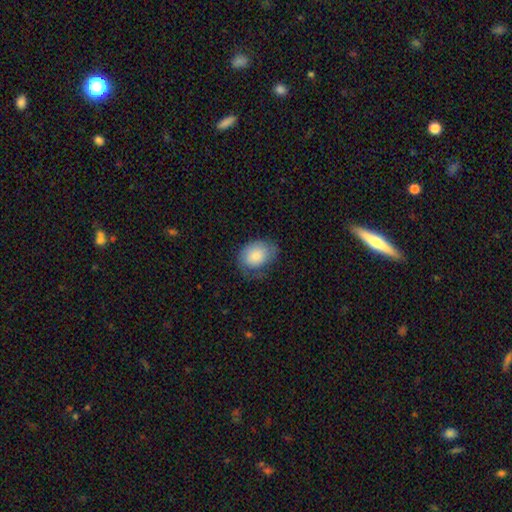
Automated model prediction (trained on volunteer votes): Smooth or featured: smooth — 78% (featured or disk — 15%)
How rounded: in between — 68% (round — 31%)
Merging: none — 52% (minor disturbance — 32%)